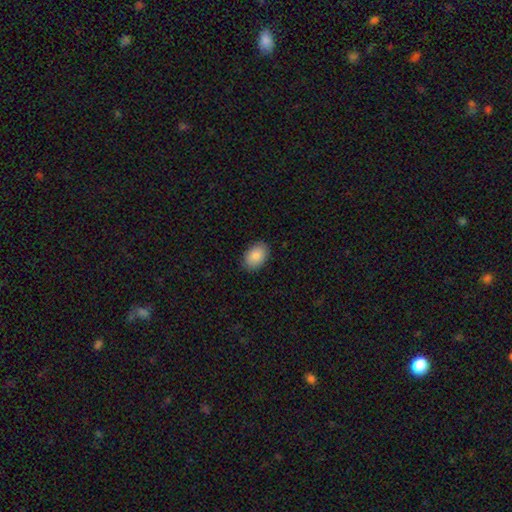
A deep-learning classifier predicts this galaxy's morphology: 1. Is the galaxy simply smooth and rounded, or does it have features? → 87% smooth, 7% star or artifact, 6% featured or disk.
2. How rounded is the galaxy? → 86% in between, 13% round, 1% cigar-shaped.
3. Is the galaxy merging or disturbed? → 88% none, 9% minor disturbance, 2% major disturbance, 1% merger.